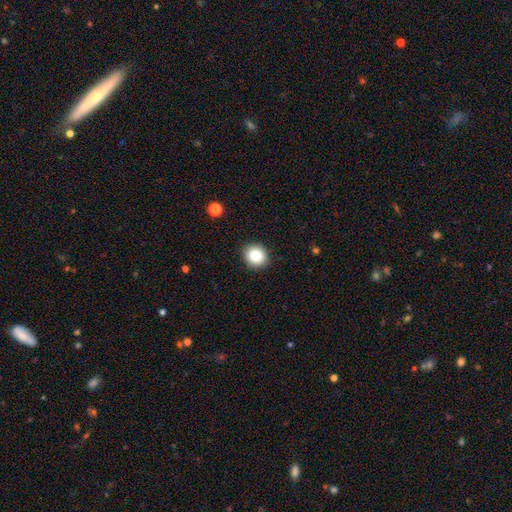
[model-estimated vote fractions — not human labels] A smooth galaxy with no disk features (84%) that is round (84%).

Vote fractions:
- Smooth or featured? smooth: 84% / star or artifact: 10% / featured or disk: 6%
- How rounded? round: 84% / in between: 15% / cigar-shaped: 1%
- Merging? none: 91% / minor disturbance: 6% / major disturbance: 2% / merger: 1%